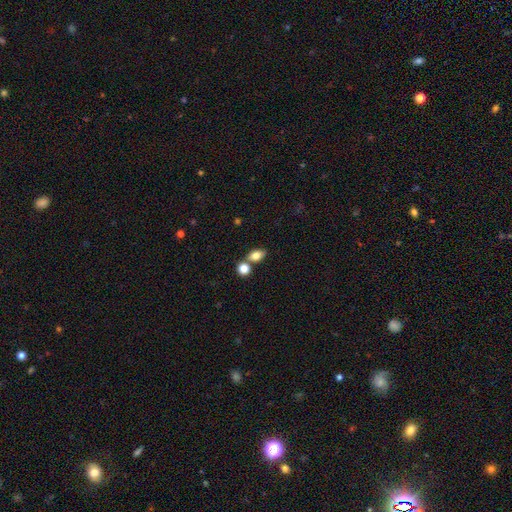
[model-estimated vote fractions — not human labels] Morphology: type=smooth (81%); roundness=in between (77%); merging=none (59%).